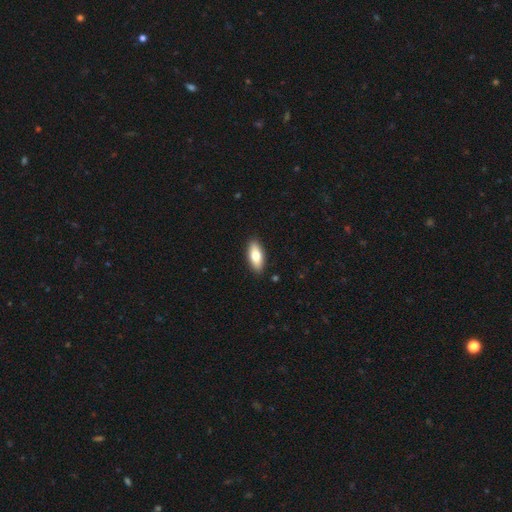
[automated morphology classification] This appears to be a smooth galaxy with no disk features (76%) that is in between round and cigar-shaped (80%). Merging: none (90%).